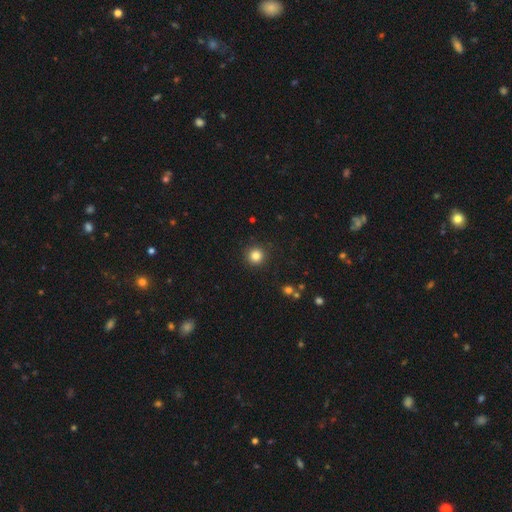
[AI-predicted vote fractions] smooth_or_featured: smooth (p=0.83) [alt: star or artifact p=0.12]
how_rounded: round (p=0.95) [alt: in between p=0.04]
merging: none (p=0.92) [alt: minor disturbance p=0.05]